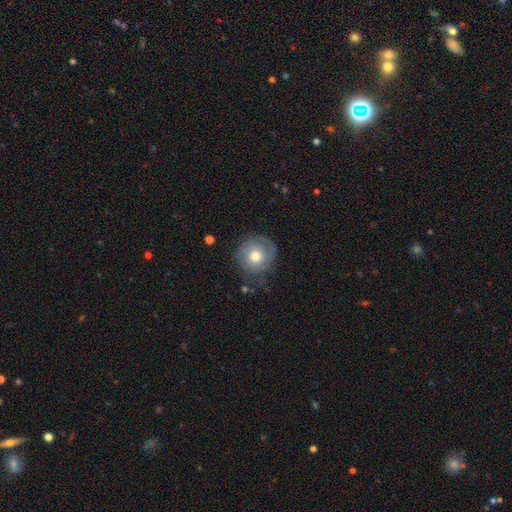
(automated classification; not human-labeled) Smooth or featured? smooth (53%)
How rounded? round (89%)
Merging? none (66%)